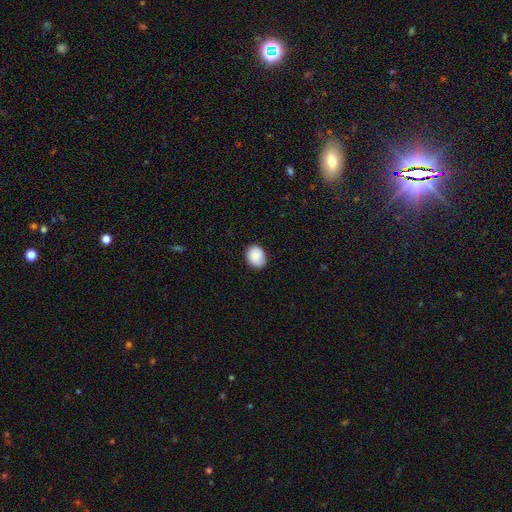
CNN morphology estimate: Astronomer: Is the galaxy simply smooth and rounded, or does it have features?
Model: smooth — 86%.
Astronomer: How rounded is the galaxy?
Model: in between — 54% (runner-up: round, 45%).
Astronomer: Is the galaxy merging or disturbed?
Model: none — 81%.